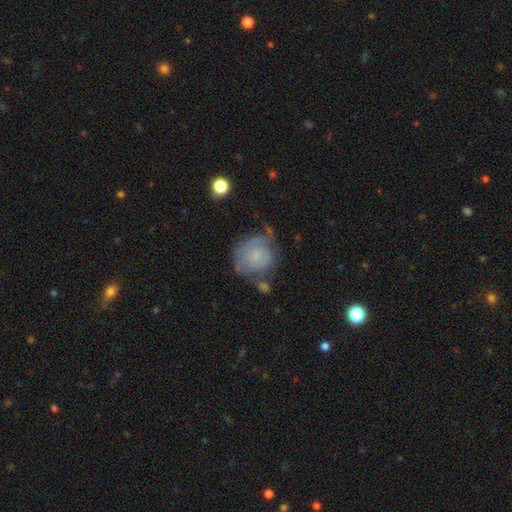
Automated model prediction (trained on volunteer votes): smooth_or_featured: smooth (p=0.55) [alt: featured or disk p=0.36]
how_rounded: round (p=0.80) [alt: in between p=0.19]
merging: none (p=0.43) [alt: minor disturbance p=0.28]